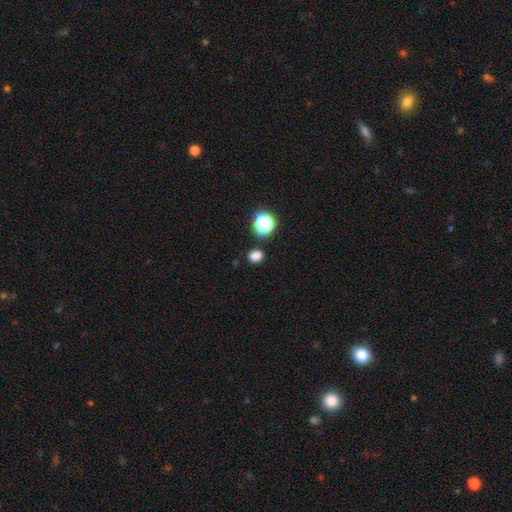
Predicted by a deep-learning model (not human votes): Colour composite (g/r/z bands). It shows a smooth galaxy with no disk features (80%) that is round (59%). Merging: none (86%).